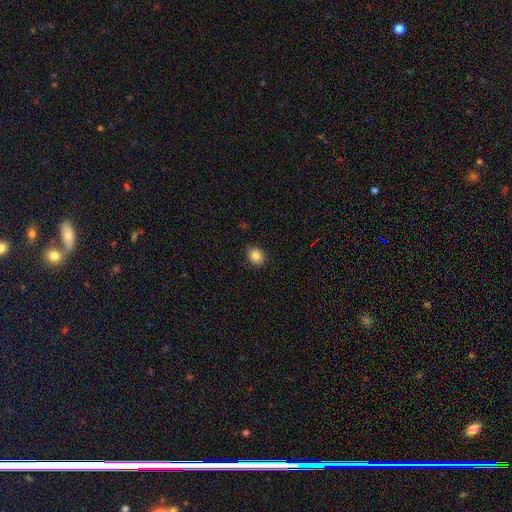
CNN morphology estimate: Smooth or featured: smooth — 85% (star or artifact — 10%)
How rounded: round — 70% (in between — 30%)
Merging: none — 87% (minor disturbance — 10%)